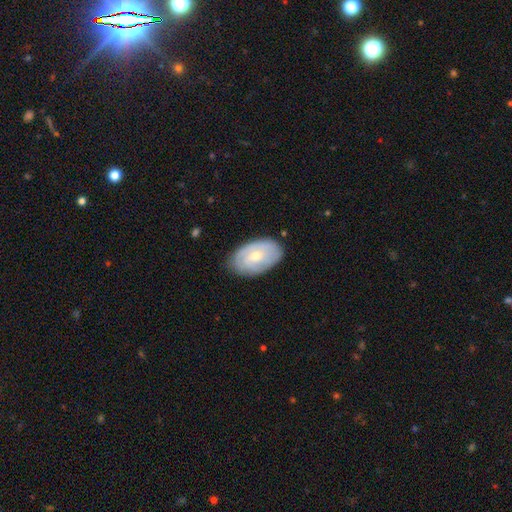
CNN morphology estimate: Smooth or featured? Predicted: featured or disk (p=0.55). Edge-on disk? Predicted: no (p=0.93). Bar? Predicted: no (p=0.59). Spiral arms? Predicted: yes (p=0.69). Bulge size? Predicted: moderate (p=0.49). Merging? Predicted: none (p=0.79).